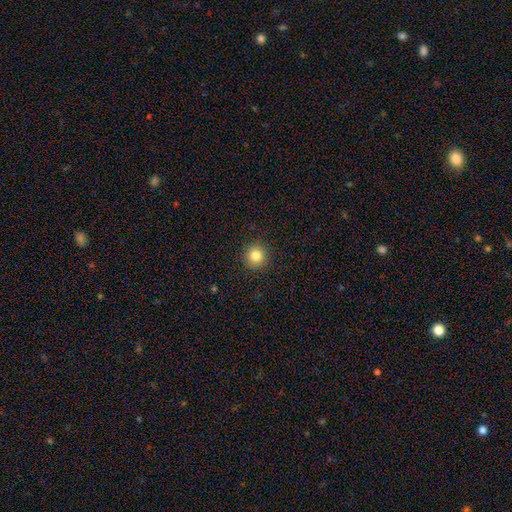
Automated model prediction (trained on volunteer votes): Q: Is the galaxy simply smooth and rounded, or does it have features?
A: smooth — 83%.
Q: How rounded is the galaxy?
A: round — 95%.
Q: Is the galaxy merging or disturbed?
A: none — 92%.